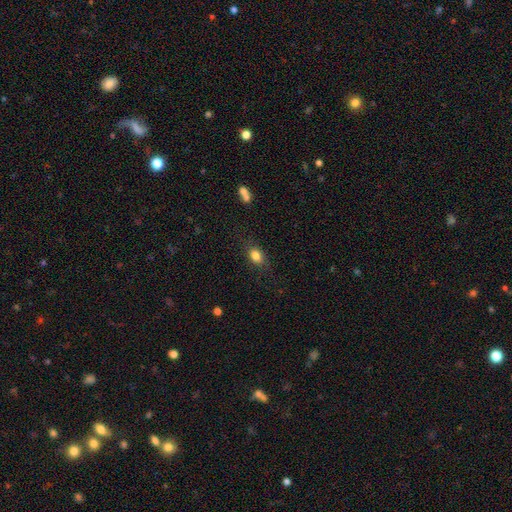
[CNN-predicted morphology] A smooth galaxy with no disk features (82%) that is in between round and cigar-shaped (75%). Merging: none (79%).